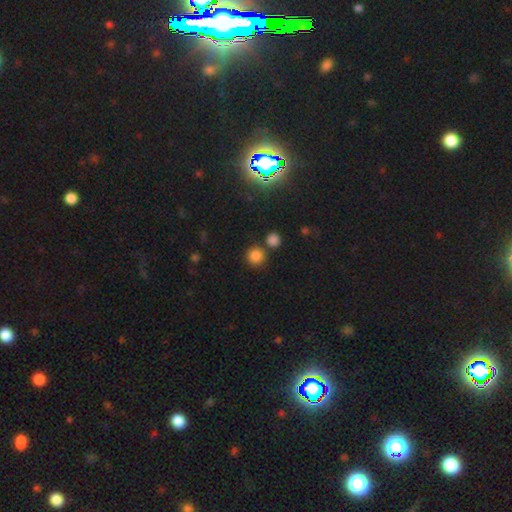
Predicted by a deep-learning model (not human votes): Overall: smooth (82%). How rounded: round (93%). Merging: none (75%).